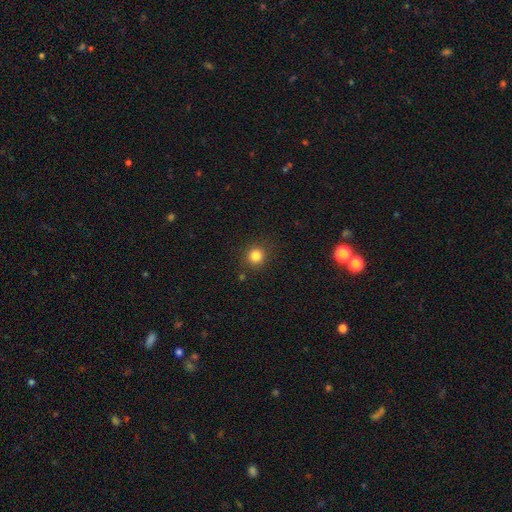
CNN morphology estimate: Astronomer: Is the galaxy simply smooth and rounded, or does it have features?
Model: smooth — 83%.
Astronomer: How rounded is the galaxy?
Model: round — 91%.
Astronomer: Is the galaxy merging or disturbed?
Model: none — 87%.